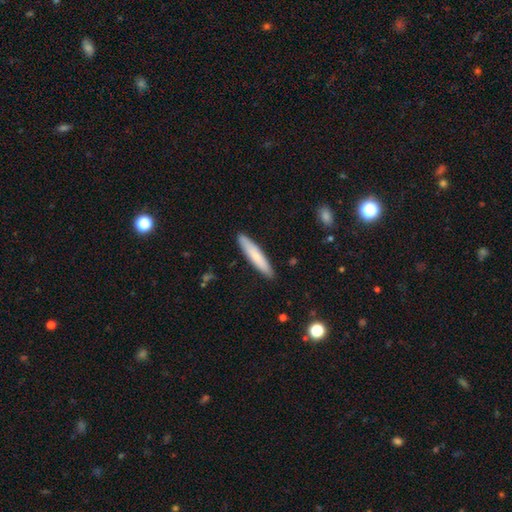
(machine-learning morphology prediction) This is likely a smooth galaxy (77%). How rounded: clearly cigar-shaped (90%). Merging: clearly none (90%).